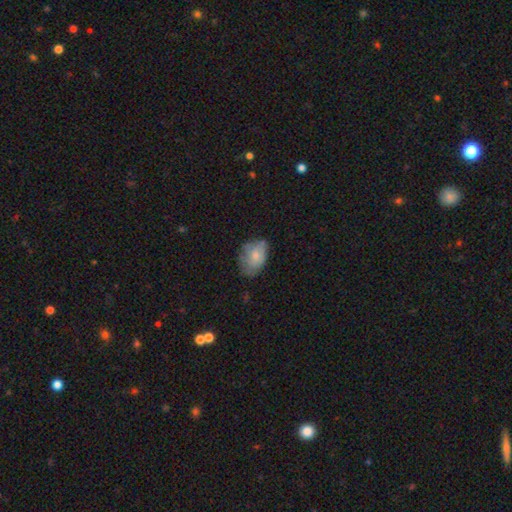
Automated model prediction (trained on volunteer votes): Smooth or featured: smooth — 66% (featured or disk — 27%)
How rounded: in between — 81% (round — 17%)
Merging: none — 50% (minor disturbance — 35%)